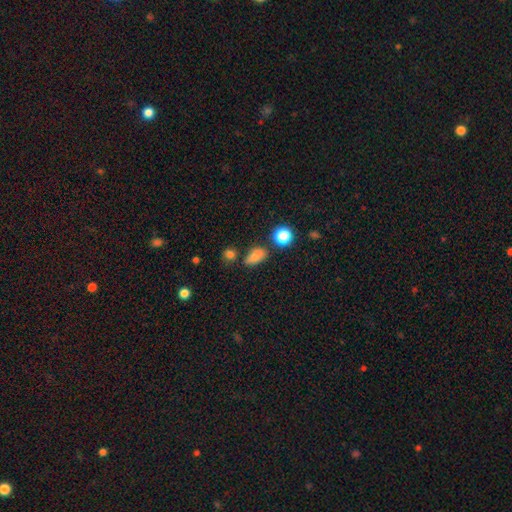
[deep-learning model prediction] smooth-or-featured: smooth: 78% | star or artifact: 14% | featured or disk: 8%
  how-rounded: in between: 76% | round: 15% | cigar-shaped: 9%
  merging: none: 68% | minor disturbance: 18% | merger: 9% | major disturbance: 5%